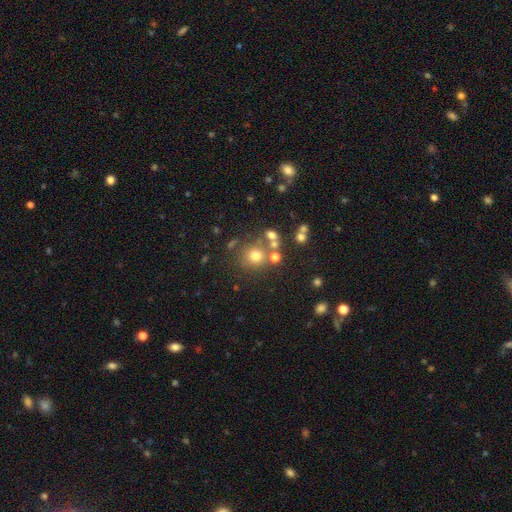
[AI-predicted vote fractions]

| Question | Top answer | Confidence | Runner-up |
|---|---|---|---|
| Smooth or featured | smooth | 68% | star or artifact (20%) |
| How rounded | round | 87% | in between (12%) |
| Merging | none | 70% | merger (15%) |